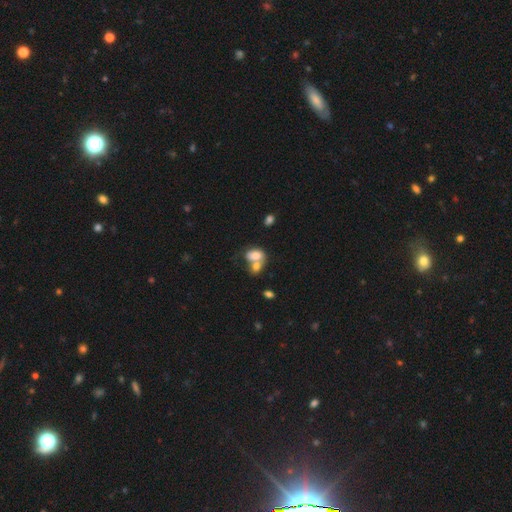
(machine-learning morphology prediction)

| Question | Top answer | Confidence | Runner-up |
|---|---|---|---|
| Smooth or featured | smooth | 72% | featured or disk (19%) |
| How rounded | in between | 73% | round (25%) |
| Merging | merger | 64% | none (21%) |